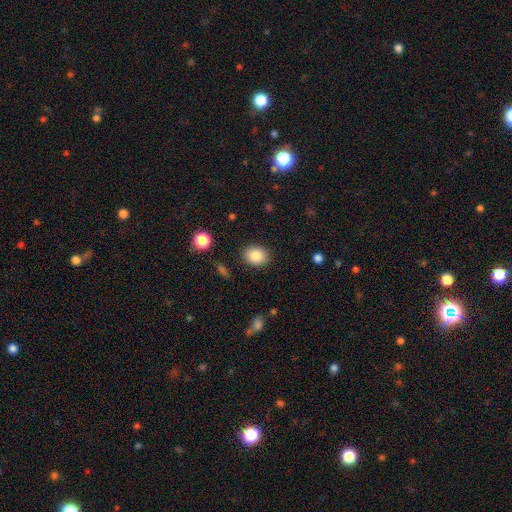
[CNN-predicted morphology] Smooth or featured: smooth — 85% (star or artifact — 9%)
How rounded: in between — 57% (round — 42%)
Merging: none — 87% (minor disturbance — 8%)